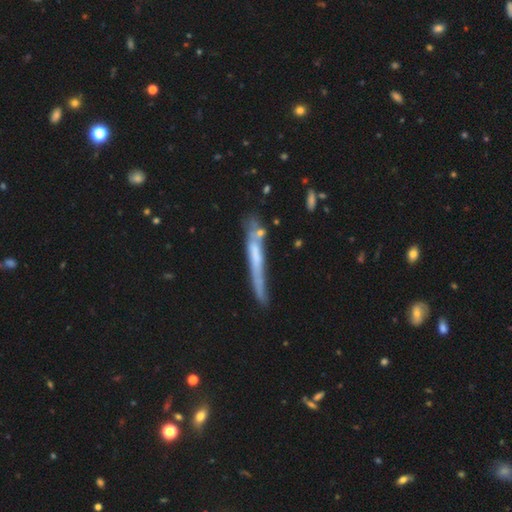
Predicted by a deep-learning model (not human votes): smooth_or_featured: featured or disk (p=0.52) [alt: smooth p=0.40]
disk_edge_on: yes (p=0.85) [alt: no p=0.15]
merging: none (p=0.62) [alt: minor disturbance p=0.23]